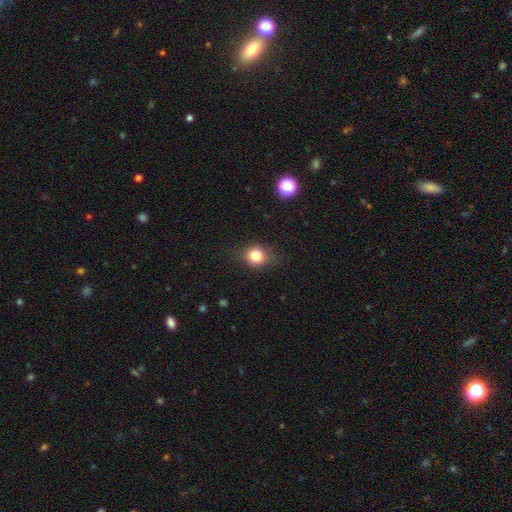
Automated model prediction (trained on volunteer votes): A smooth galaxy with no disk features (80%) that is round (74%).

Vote fractions:
- Smooth or featured? smooth: 80% / star or artifact: 12% / featured or disk: 8%
- How rounded? round: 74% / in between: 25% / cigar-shaped: 1%
- Merging? none: 79% / minor disturbance: 15% / major disturbance: 5% / merger: 1%